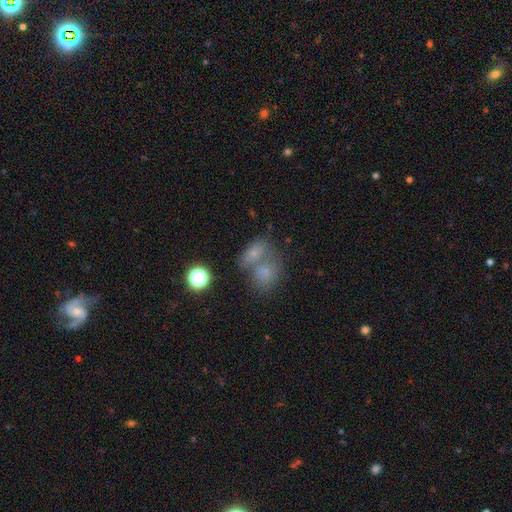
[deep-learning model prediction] This is likely a smooth galaxy (63%). How rounded: likely in between (63%). Merging: possibly merger (54%).